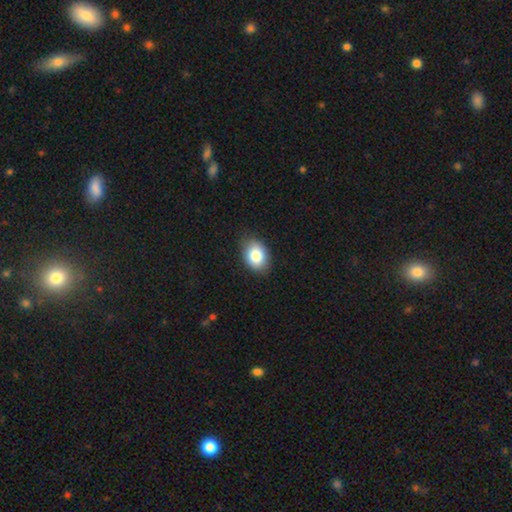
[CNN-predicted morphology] A smooth galaxy with no disk features (83%) that is in between round and cigar-shaped (75%). Merging: none (83%).